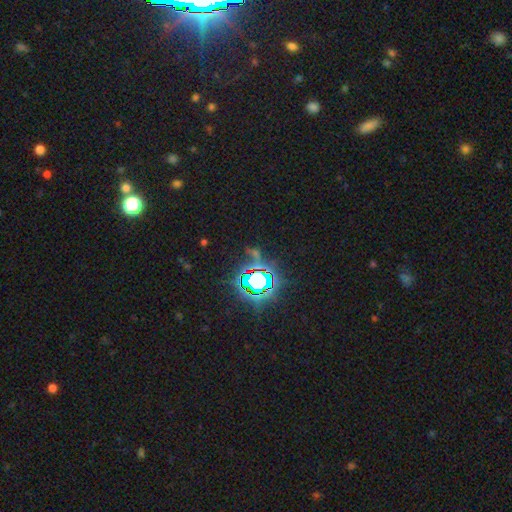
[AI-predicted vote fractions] Smooth or featured: star or artifact — 79% (smooth — 12%)